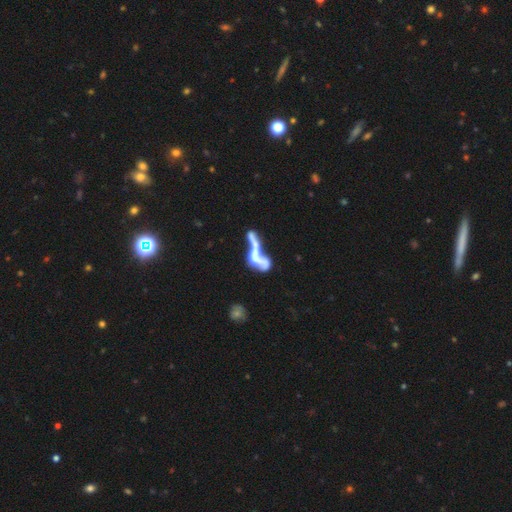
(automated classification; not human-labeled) smooth-or-featured: featured or disk: 57% | smooth: 32% | star or artifact: 11%
  disk-edge-on: no: 84% | yes: 16%
  merging: merger: 57% | major disturbance: 23% | none: 13% | minor disturbance: 7%